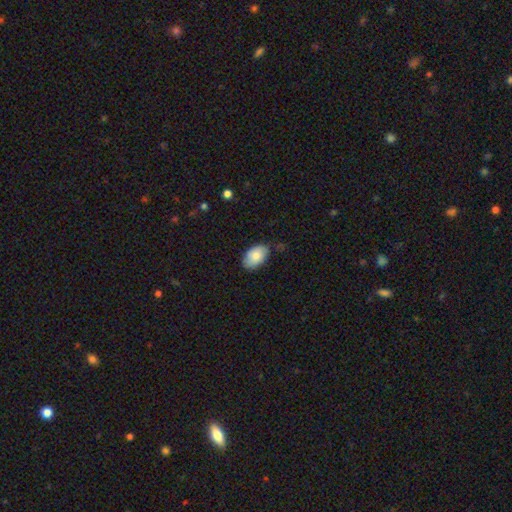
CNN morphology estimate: Q: Smooth or featured?
A: smooth (81%); runner-up: featured or disk (13%)
Q: How rounded?
A: in between (92%); runner-up: round (7%)
Q: Merging?
A: none (74%); runner-up: minor disturbance (21%)